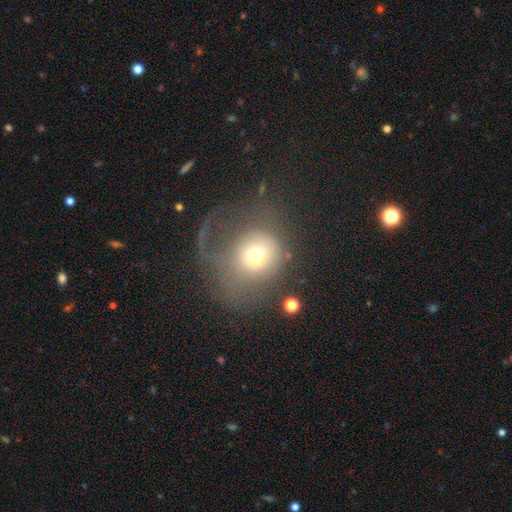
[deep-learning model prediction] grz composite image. It shows a smooth galaxy with no disk features (61%) that is round (83%). Merging: major disturbance (52%).